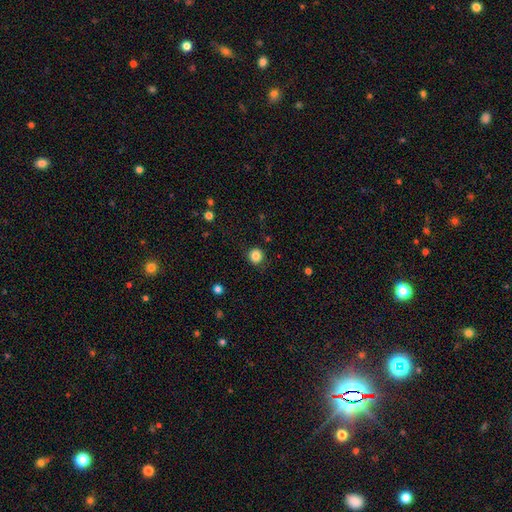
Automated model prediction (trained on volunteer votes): smooth_or_featured: smooth (p=0.85) [alt: star or artifact p=0.11]
how_rounded: round (p=0.93) [alt: in between p=0.06]
merging: none (p=0.88) [alt: minor disturbance p=0.08]